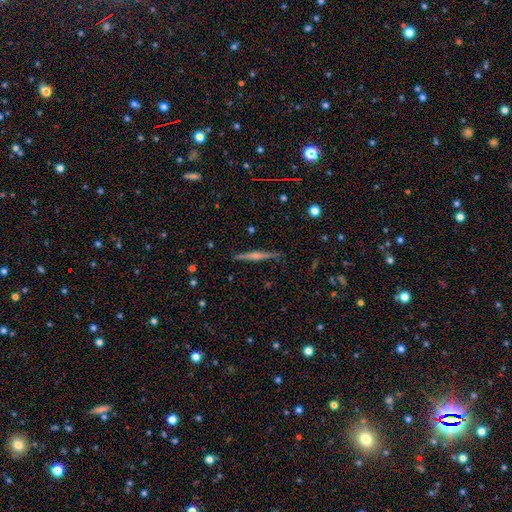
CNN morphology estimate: smooth-or-featured: featured or disk: 76% | smooth: 17% | star or artifact: 8%
  disk-edge-on: yes: 98% | no: 2%
    edge-on-bulge: rounded: 75% | none: 14% | boxy: 11%
  merging: none: 91% | minor disturbance: 7% | major disturbance: 1% | merger: 1%